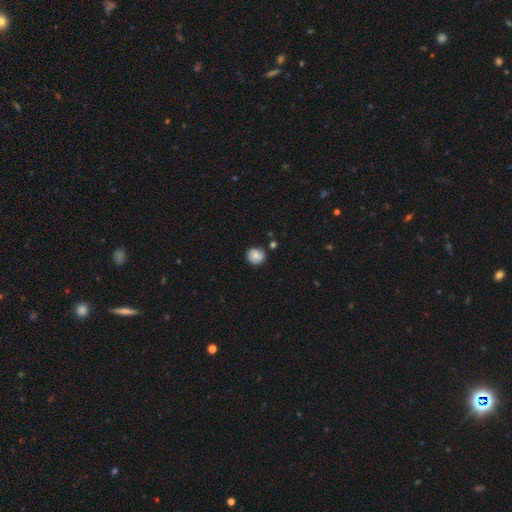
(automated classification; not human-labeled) This appears to be a smooth galaxy with no disk features (77%) that is round (88%). Merging: none (80%).